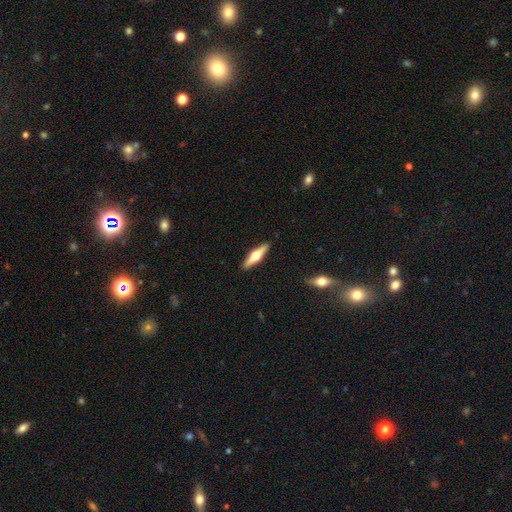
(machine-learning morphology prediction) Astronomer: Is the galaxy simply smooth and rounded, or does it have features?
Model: featured or disk — 58% (runner-up: smooth, 37%).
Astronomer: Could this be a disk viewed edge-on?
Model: yes — 95%.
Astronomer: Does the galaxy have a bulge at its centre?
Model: rounded — 95%.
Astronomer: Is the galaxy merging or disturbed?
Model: none — 90%.